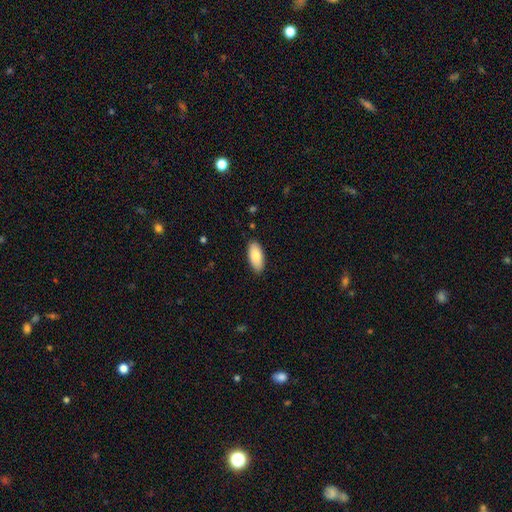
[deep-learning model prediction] smooth 85%, featured or disk 9%, star or artifact 6%. Down the decision tree: how rounded — in between (88%); merging — none (88%).